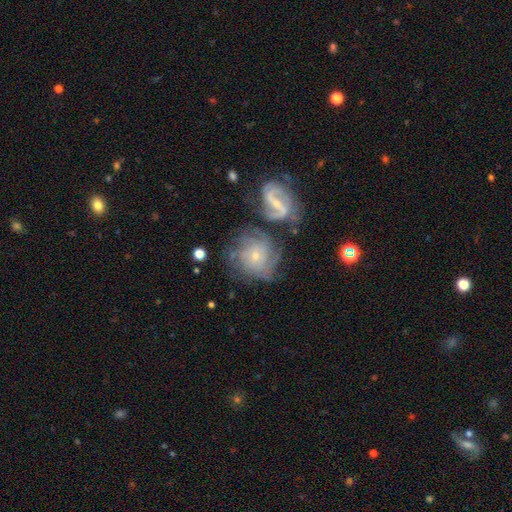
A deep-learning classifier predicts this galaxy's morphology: Overall: featured or disk (76%). Edge-on disk: no (97%). Bar: no (58%; weak 31%). Spiral arms: yes (92%). Spiral arm count: can't tell (34%; 2 22%). Spiral winding: tight (46%; medium 38%). Bulge size: small (78%). Merging: none (48%; merger 25%).